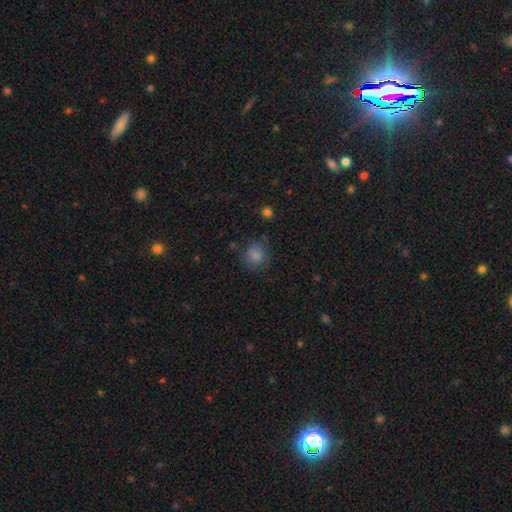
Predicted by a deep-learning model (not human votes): smooth_or_featured: smooth (p=0.78) [alt: star or artifact p=0.11]
how_rounded: round (p=0.78) [alt: in between p=0.21]
merging: none (p=0.68) [alt: minor disturbance p=0.20]